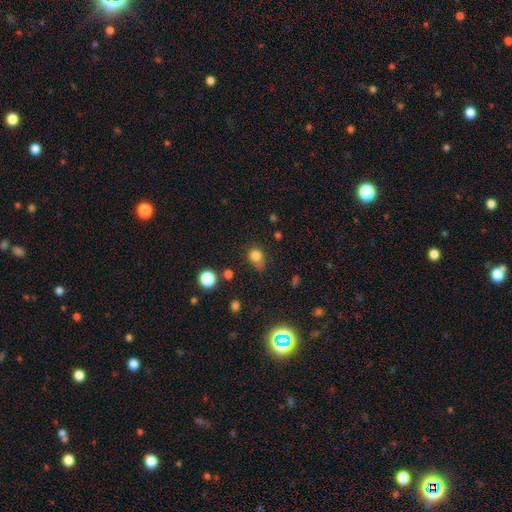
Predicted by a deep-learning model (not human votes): Overall: smooth (79%). How rounded: round (68%; in between 30%). Merging: none (47%; minor disturbance 32%).